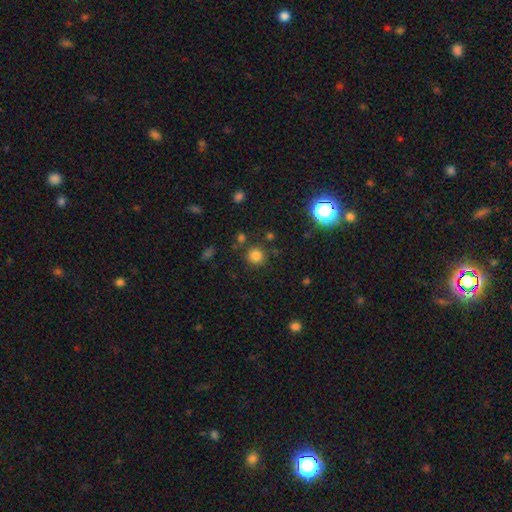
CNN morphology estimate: This is likely a smooth galaxy (80%). How rounded: clearly round (92%). Merging: clearly none (84%).